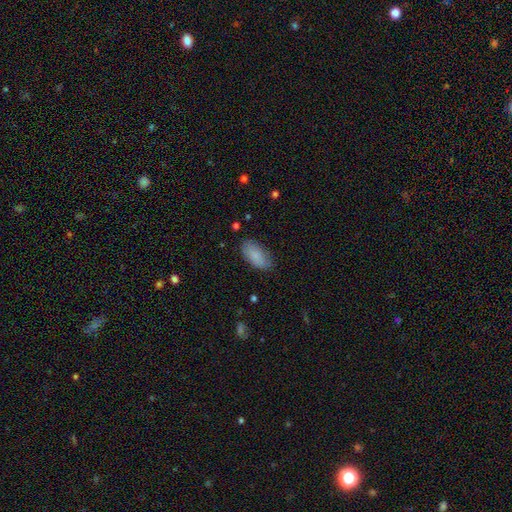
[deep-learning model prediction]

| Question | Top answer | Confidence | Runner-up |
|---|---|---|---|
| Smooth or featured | smooth | 87% | featured or disk (7%) |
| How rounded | in between | 92% | cigar-shaped (6%) |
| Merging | none | 81% | minor disturbance (14%) |